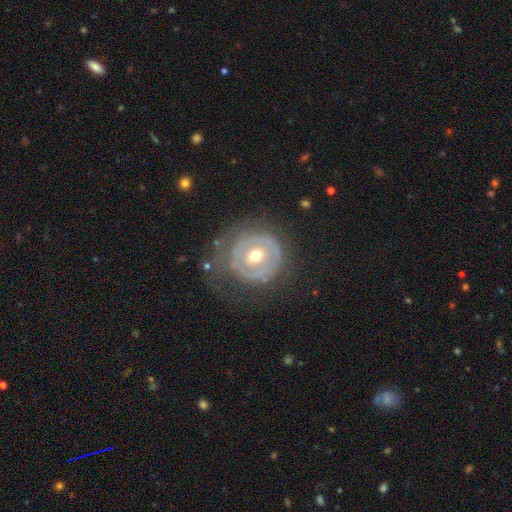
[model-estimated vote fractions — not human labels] Smooth or featured? featured or disk (66%)
Edge-on disk? no (96%)
Bar? no (74%)
Spiral arms? no (62%)
Bulge size? moderate (73%)
Merging? none (59%)